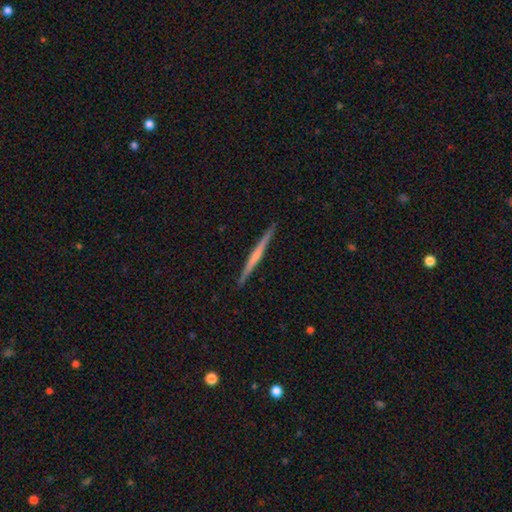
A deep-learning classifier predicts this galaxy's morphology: type=featured or disk (64%); edge-on=yes (98%); edge-on bulge=none (57%); merging=none (92%).